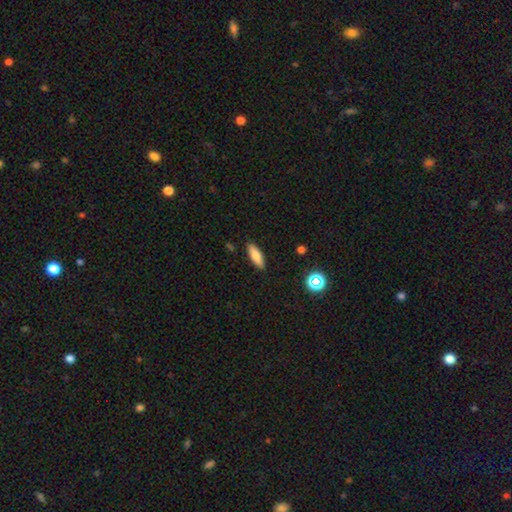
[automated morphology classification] Smooth or featured?
  - smooth: 79% *
  - featured or disk: 13%
  - star or artifact: 8%
How rounded?
  - in between: 55% *
  - cigar-shaped: 43%
  - round: 2%
Merging?
  - none: 88% *
  - minor disturbance: 9%
  - major disturbance: 2%
  - merger: 1%